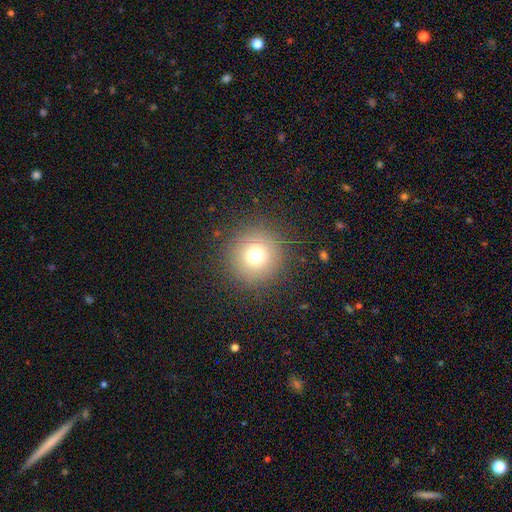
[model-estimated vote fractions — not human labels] Smooth or featured? smooth (73%)
How rounded? round (95%)
Merging? none (89%)